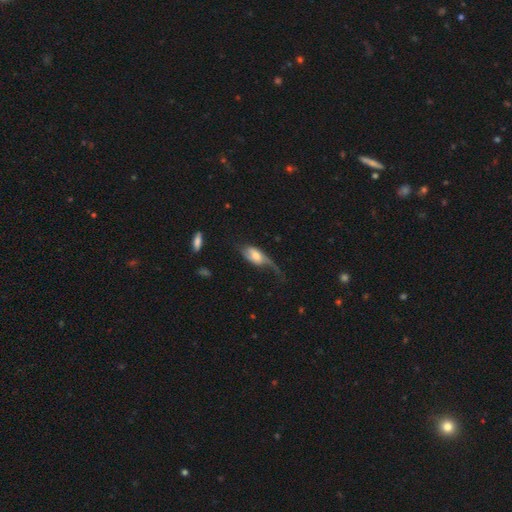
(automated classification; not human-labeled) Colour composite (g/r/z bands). It shows a featured or disk galaxy (47%, tied with smooth). Merging: major disturbance (50%).